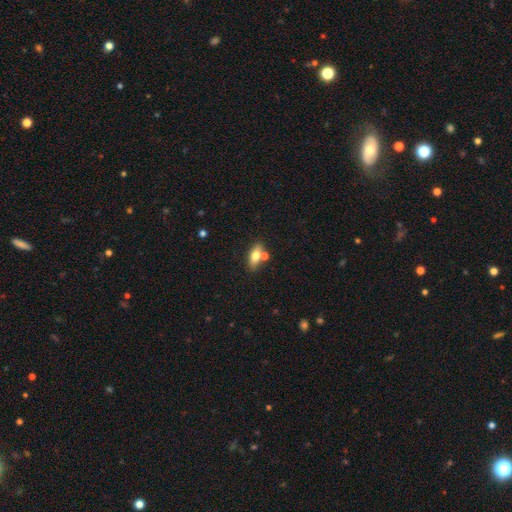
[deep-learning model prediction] This is likely a smooth galaxy (70%). How rounded: likely in between (79%). Merging: likely none (63%).